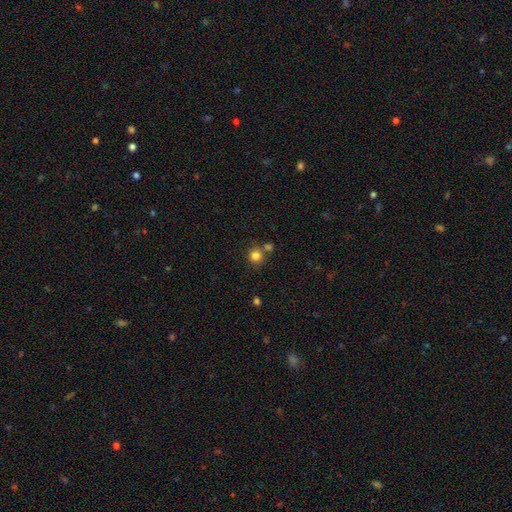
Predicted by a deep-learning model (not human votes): This is clearly a smooth galaxy (82%). How rounded: clearly round (92%). Merging: likely none (71%).